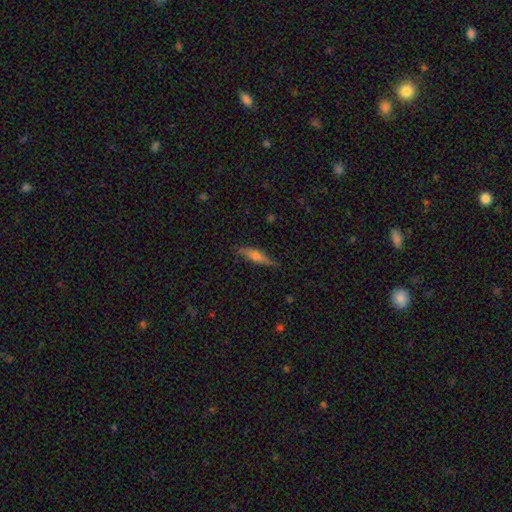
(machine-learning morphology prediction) Smooth or featured? Predicted: featured or disk (p=0.48). Merging? Predicted: none (p=0.83).